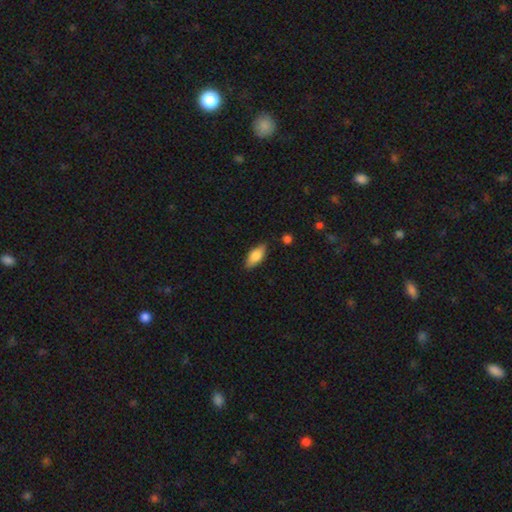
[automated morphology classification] smooth-or-featured: smooth: 75% | featured or disk: 18% | star or artifact: 7%
  how-rounded: in between: 82% | cigar-shaped: 15% | round: 3%
  merging: none: 83% | minor disturbance: 13% | major disturbance: 2% | merger: 2%